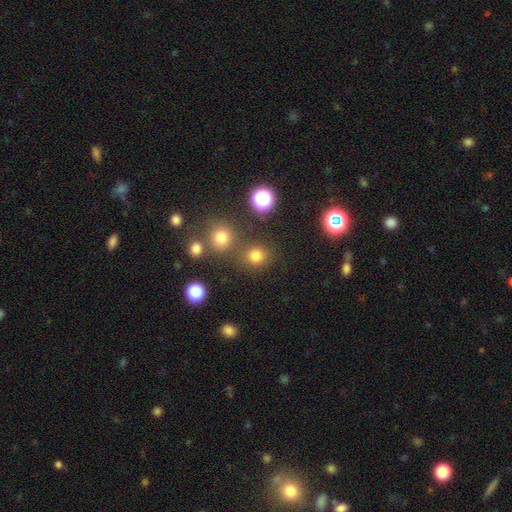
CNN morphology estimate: Smooth or featured: smooth — 74% (star or artifact — 20%)
How rounded: round — 87% (in between — 12%)
Merging: none — 75% (merger — 12%)